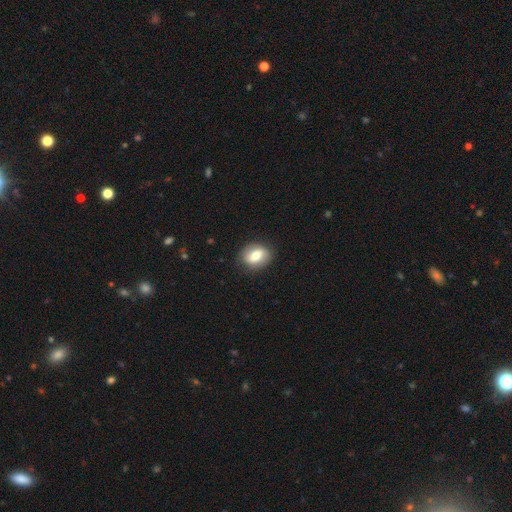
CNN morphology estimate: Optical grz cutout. It shows a smooth galaxy with no disk features (65%) that is in between round and cigar-shaped (67%). Merging: none (84%).